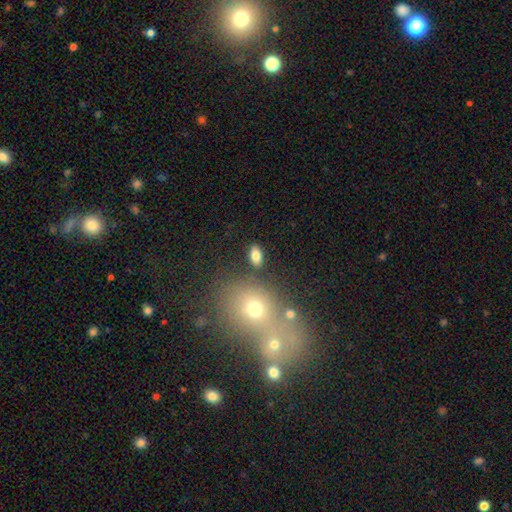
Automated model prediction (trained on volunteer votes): smooth-or-featured: smooth: 81% | star or artifact: 10% | featured or disk: 9%
  how-rounded: in between: 88% | round: 8% | cigar-shaped: 4%
  merging: none: 82% | minor disturbance: 9% | merger: 5% | major disturbance: 3%